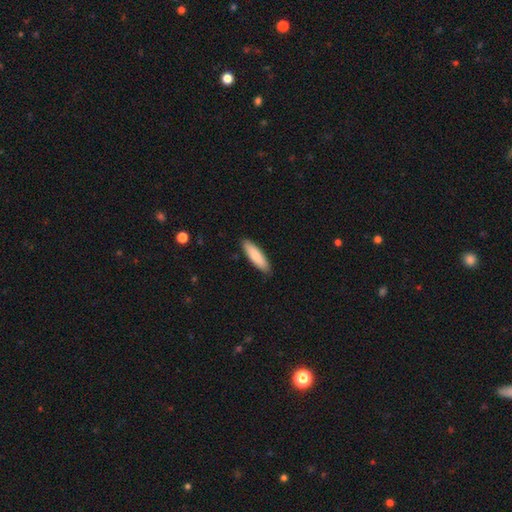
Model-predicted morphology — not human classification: A smooth galaxy with no disk features (84%) that is cigar-shaped (63%). Merging: none (89%).